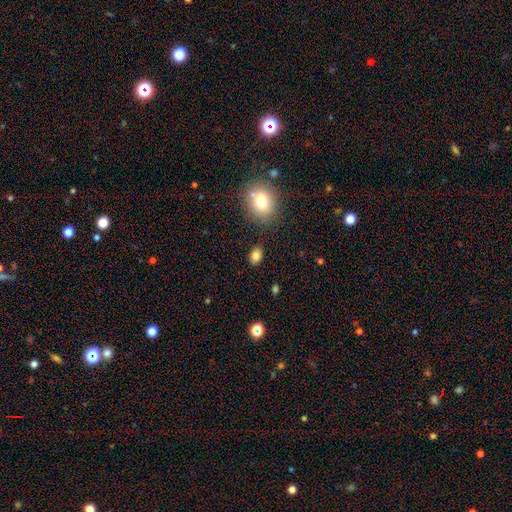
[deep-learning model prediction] A smooth galaxy with no disk features (83%) that is in between round and cigar-shaped (75%).

Vote fractions:
- Smooth or featured? smooth: 83% / star or artifact: 10% / featured or disk: 7%
- How rounded? in between: 75% / round: 23% / cigar-shaped: 2%
- Merging? none: 84% / minor disturbance: 11% / major disturbance: 3% / merger: 3%